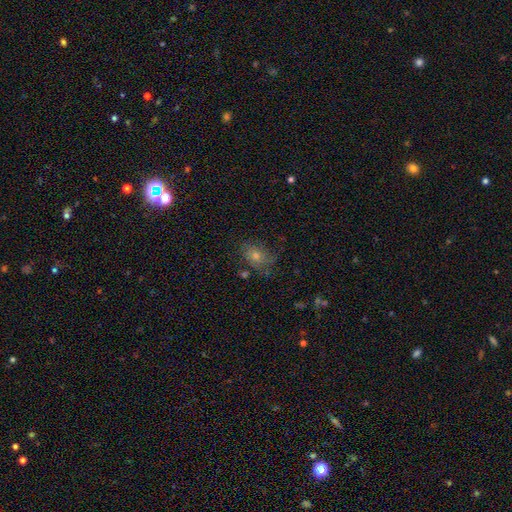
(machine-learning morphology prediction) Smooth or featured? smooth (41%)
Merging? none (66%)